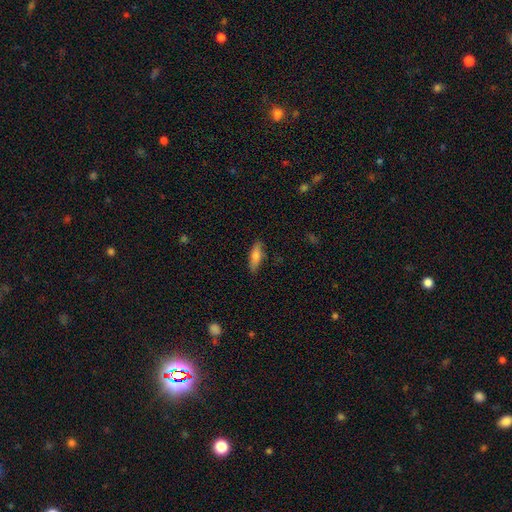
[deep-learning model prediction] This is likely a smooth galaxy (73%). How rounded: possibly in between (55%). Merging: likely none (77%).